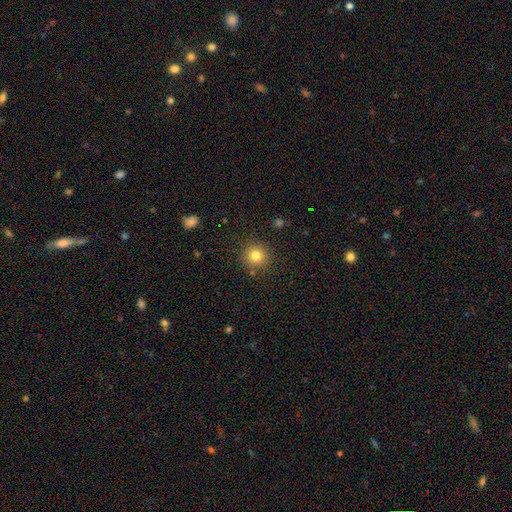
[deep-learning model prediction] A smooth galaxy with no disk features (80%) that is round (94%).

Vote fractions:
- Smooth or featured? smooth: 80% / star or artifact: 13% / featured or disk: 7%
- How rounded? round: 94% / in between: 5% / cigar-shaped: 1%
- Merging? none: 87% / minor disturbance: 7% / merger: 3% / major disturbance: 3%